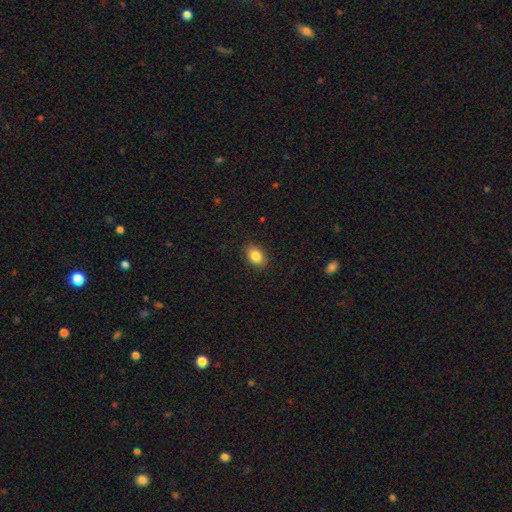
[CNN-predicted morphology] Smooth or featured: smooth — 84% (star or artifact — 9%)
How rounded: in between — 78% (round — 21%)
Merging: none — 88% (minor disturbance — 8%)